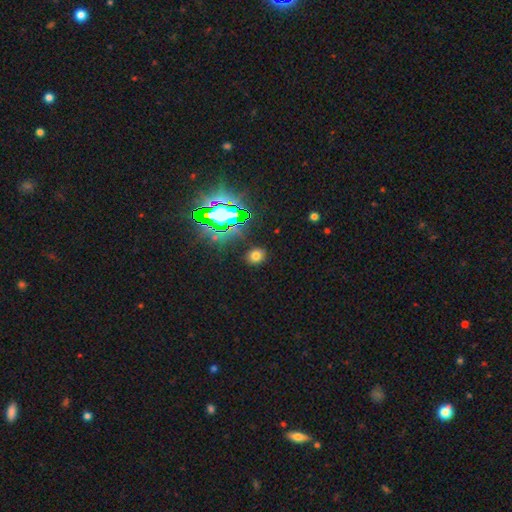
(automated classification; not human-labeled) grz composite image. It shows a smooth galaxy with no disk features (66%) that is round (68%). Merging: none (87%).